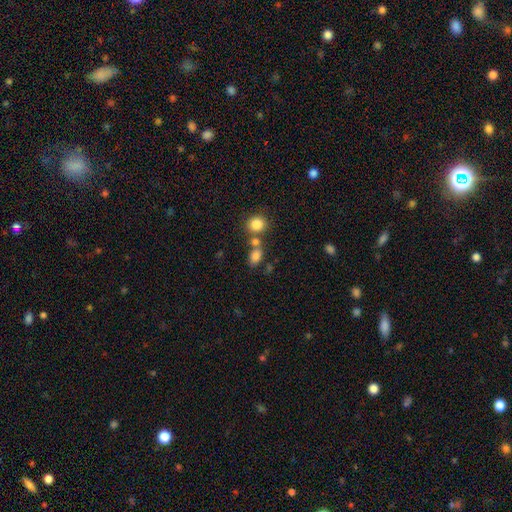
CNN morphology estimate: Q: Smooth or featured?
A: smooth (81%); runner-up: star or artifact (11%)
Q: How rounded?
A: in between (76%); runner-up: round (22%)
Q: Merging?
A: none (52%); runner-up: merger (31%)